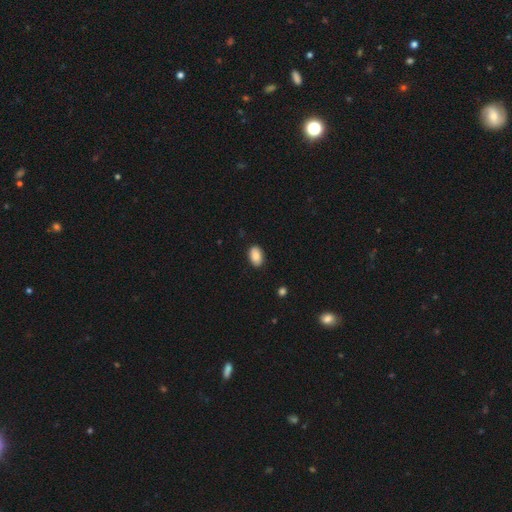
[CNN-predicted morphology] This is clearly a smooth galaxy (86%). How rounded: clearly in between (89%). Merging: clearly none (88%).